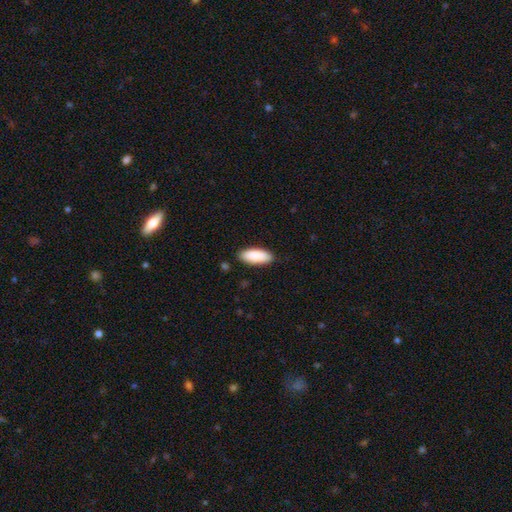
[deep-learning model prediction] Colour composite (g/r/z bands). It shows a smooth galaxy with no disk features (89%) that is in between round and cigar-shaped (82%). Merging: none (88%).